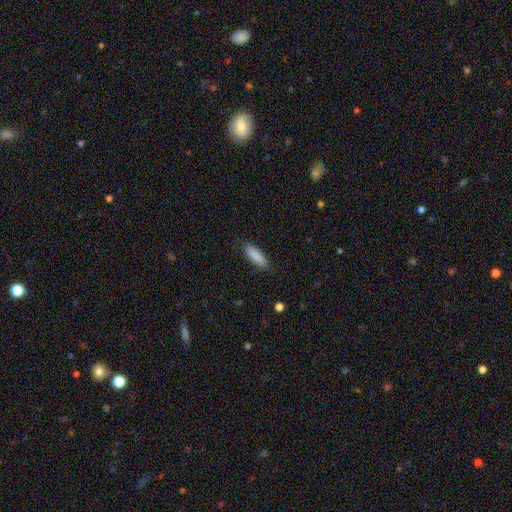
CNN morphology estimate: This appears to be a smooth galaxy with no disk features (89%) that is in between round and cigar-shaped (50%). Merging: none (85%).